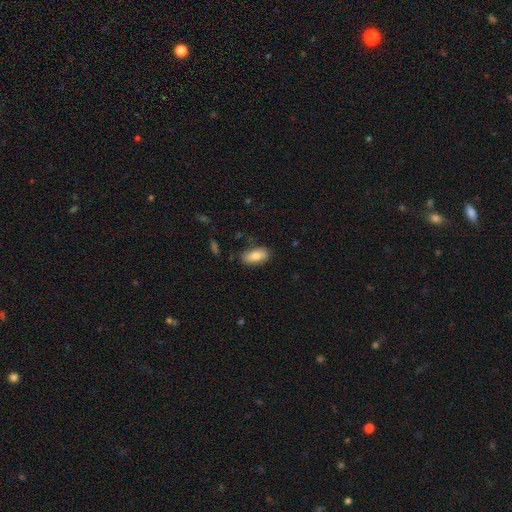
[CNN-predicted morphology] The model was most divided on "merging": none: 79%, minor disturbance: 16%, major disturbance: 3%, merger: 2%. More confident: how rounded — in between (91%); smooth or featured — smooth (80%).